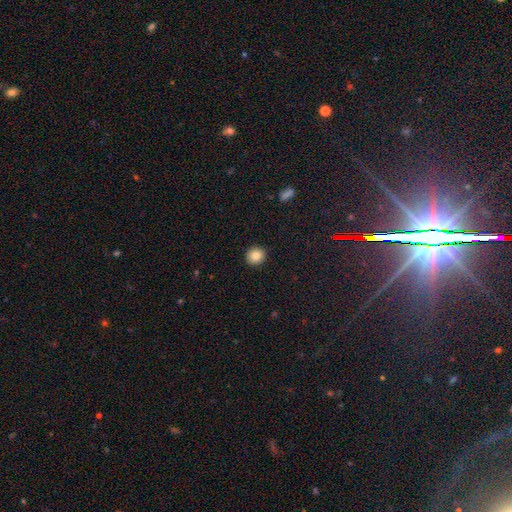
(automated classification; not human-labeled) This is clearly a smooth galaxy (85%). How rounded: clearly round (88%). Merging: clearly none (93%).